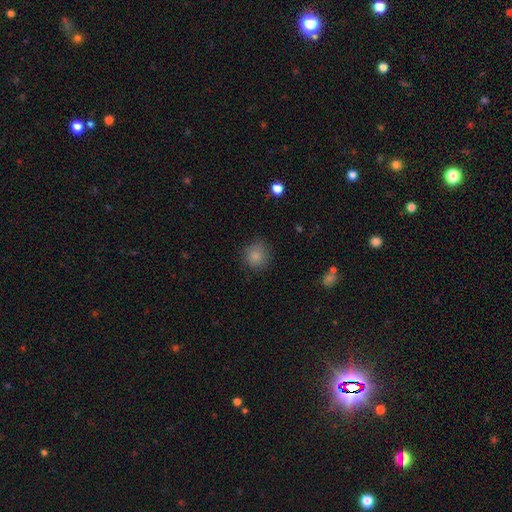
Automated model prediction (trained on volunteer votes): The model was most divided on "merging": none: 80%, minor disturbance: 14%, major disturbance: 4%, merger: 1%. More confident: how rounded — round (89%); smooth or featured — smooth (83%).